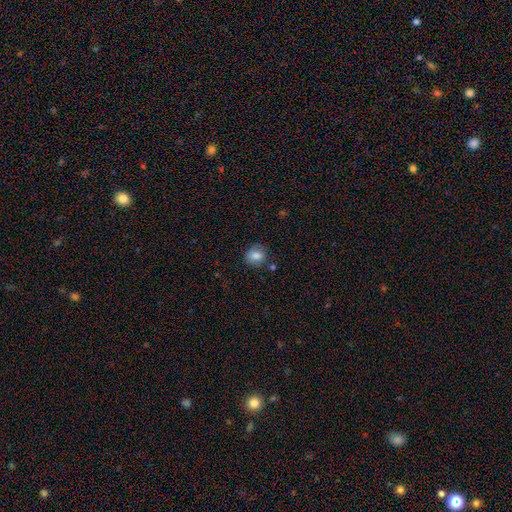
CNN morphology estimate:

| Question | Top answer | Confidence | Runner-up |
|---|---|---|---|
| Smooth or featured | smooth | 80% | featured or disk (10%) |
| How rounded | round | 69% | in between (30%) |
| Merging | none | 72% | minor disturbance (18%) |